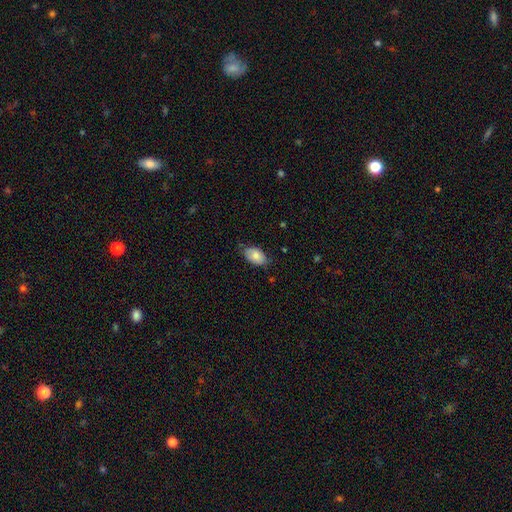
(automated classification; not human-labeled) Smooth or featured? smooth (81%)
How rounded? in between (92%)
Merging? none (68%)